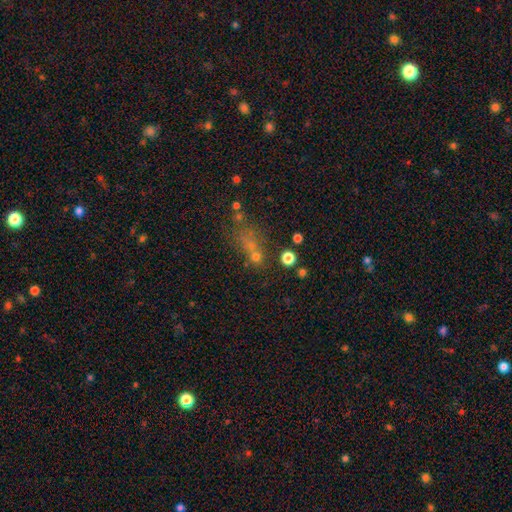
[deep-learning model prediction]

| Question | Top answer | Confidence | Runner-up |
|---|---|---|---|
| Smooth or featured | smooth | 46% | star or artifact (34%) |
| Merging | none | 47% | merger (25%) |